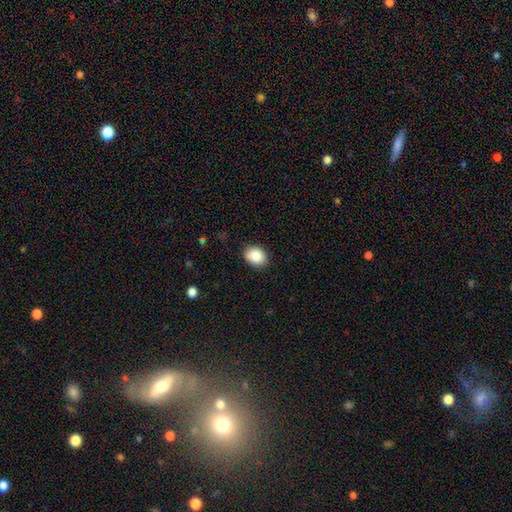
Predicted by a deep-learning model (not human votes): Smooth or featured? smooth (85%)
How rounded? in between (52%)
Merging? none (87%)